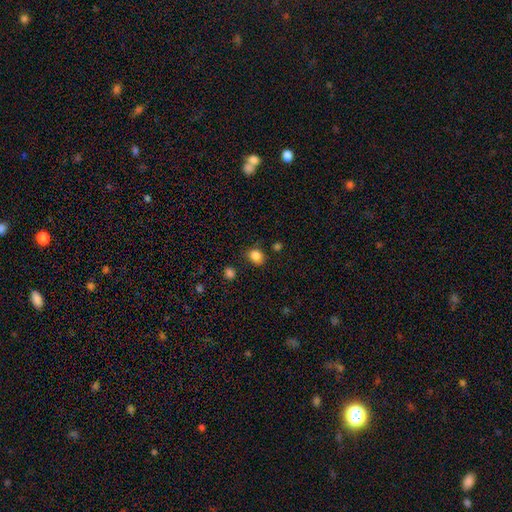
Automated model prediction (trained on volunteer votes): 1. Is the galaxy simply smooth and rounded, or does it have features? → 85% smooth, 11% star or artifact, 4% featured or disk.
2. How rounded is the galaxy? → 54% round, 45% in between, 1% cigar-shaped.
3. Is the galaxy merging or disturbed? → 76% none, 16% minor disturbance, 4% major disturbance, 4% merger.